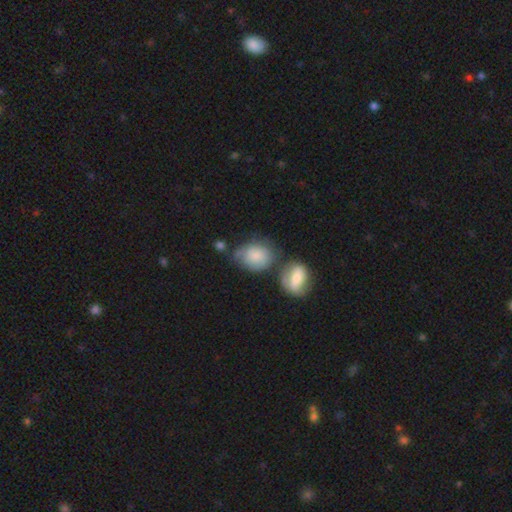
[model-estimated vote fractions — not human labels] smooth_or_featured: smooth (p=0.78) [alt: featured or disk p=0.15]
how_rounded: in between (p=0.56) [alt: round p=0.42]
merging: none (p=0.40) [alt: merger p=0.28]